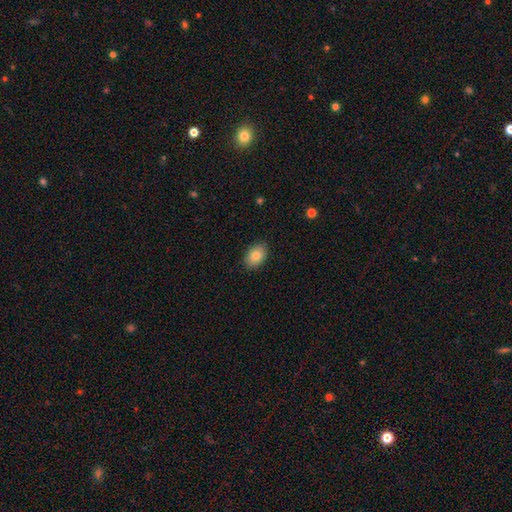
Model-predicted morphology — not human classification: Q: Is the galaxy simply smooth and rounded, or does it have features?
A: smooth — 82%.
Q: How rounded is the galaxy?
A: in between — 81%.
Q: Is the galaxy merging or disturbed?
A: none — 87%.